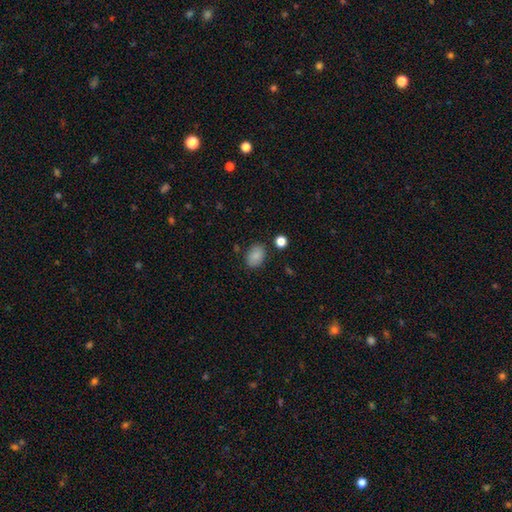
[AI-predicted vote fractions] This appears to be a smooth galaxy with no disk features (86%) that is in between round and cigar-shaped (74%). Merging: none (81%).